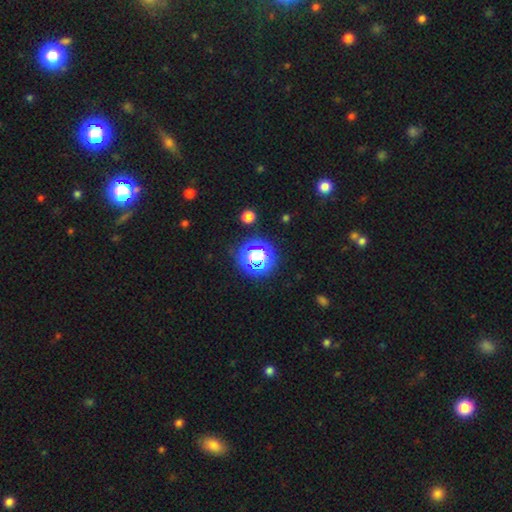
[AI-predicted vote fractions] The model was most divided on "smooth or featured": star or artifact: 58%, smooth: 30%, featured or disk: 12%.